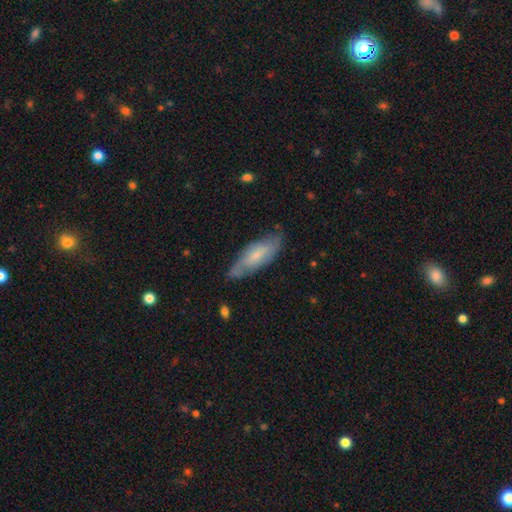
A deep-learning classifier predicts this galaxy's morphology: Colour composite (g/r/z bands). It shows a smooth galaxy with no disk features (50%). Merging: none (70%).